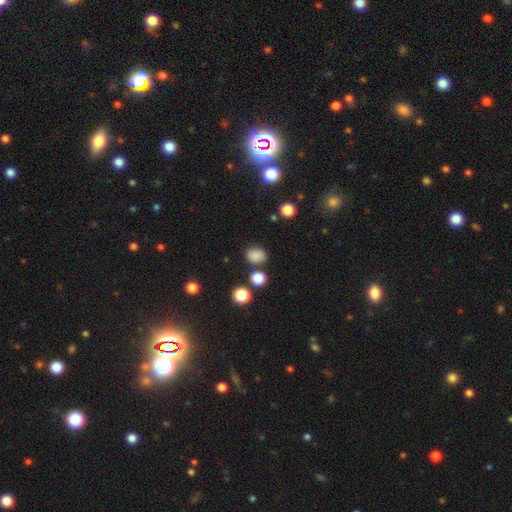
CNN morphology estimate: The model was most divided on "how rounded": in between: 59%, round: 40%, cigar-shaped: 1%. More confident: smooth or featured — smooth (83%); merging — none (77%).